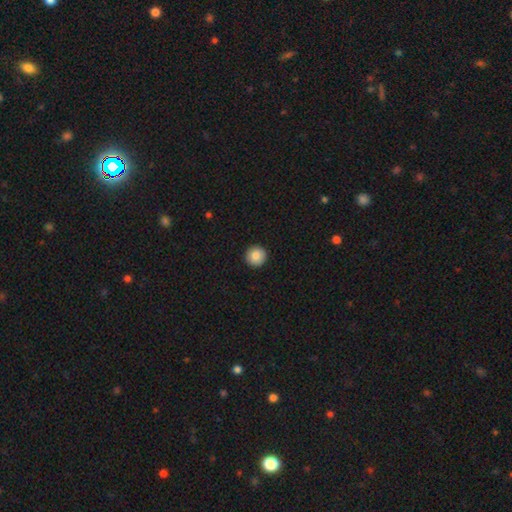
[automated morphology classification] Smooth or featured: smooth — 86% (star or artifact — 8%)
How rounded: round — 96% (in between — 3%)
Merging: none — 94% (minor disturbance — 4%)